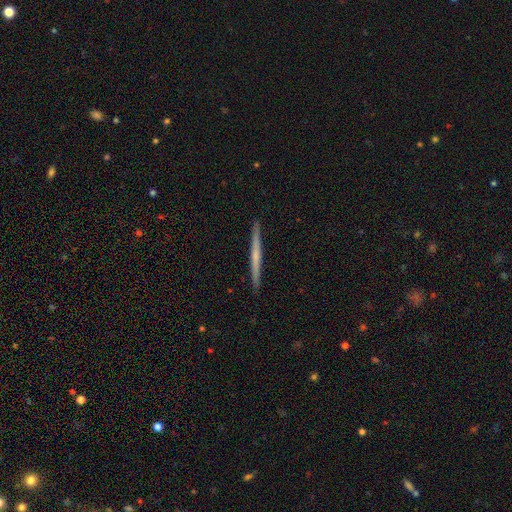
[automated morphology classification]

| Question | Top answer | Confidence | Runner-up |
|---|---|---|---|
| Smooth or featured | featured or disk | 57% | smooth (38%) |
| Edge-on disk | yes | 98% | no (2%) |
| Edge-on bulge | none | 74% | rounded (21%) |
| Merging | none | 93% | minor disturbance (5%) |